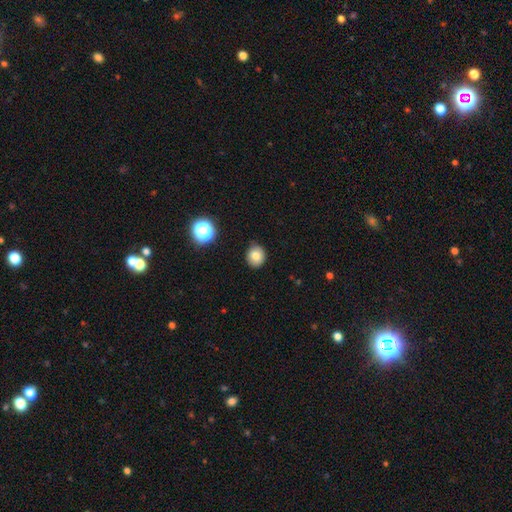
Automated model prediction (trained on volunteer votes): Smooth or featured? smooth (78%)
How rounded? round (78%)
Merging? none (84%)